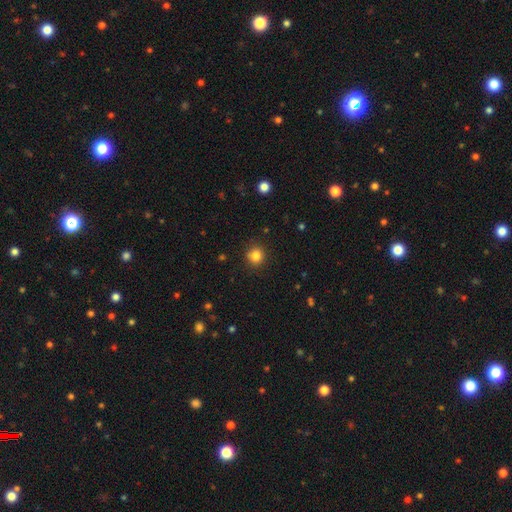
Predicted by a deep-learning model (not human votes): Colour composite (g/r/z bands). It shows a smooth galaxy with no disk features (83%) that is round (91%). Merging: none (88%).